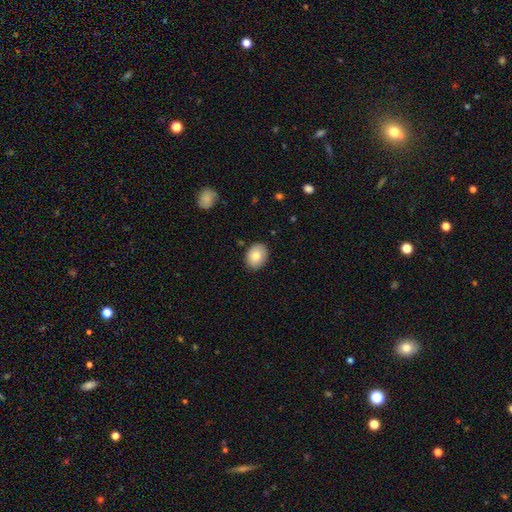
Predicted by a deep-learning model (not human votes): Smooth or featured? Predicted: smooth (p=0.81). How rounded? Predicted: in between (p=0.59). Merging? Predicted: none (p=0.86).